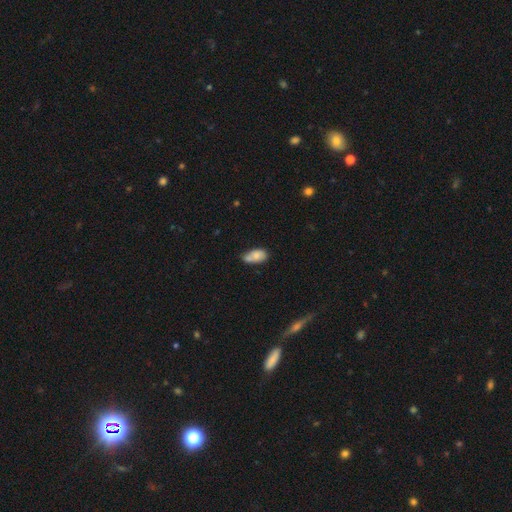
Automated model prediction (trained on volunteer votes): This is likely a smooth galaxy (73%). How rounded: clearly in between (92%). Merging: possibly none (49%).